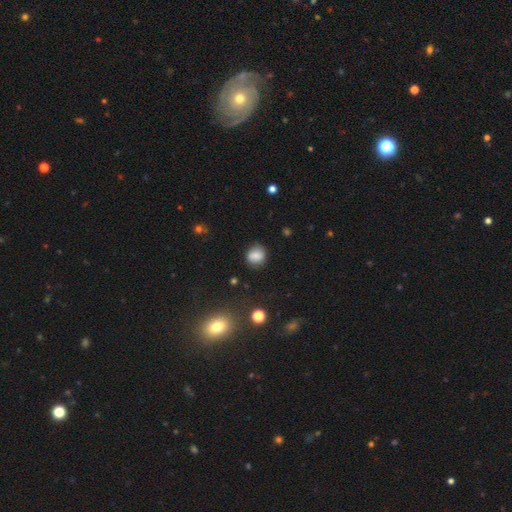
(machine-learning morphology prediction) Smooth or featured? smooth (77%)
How rounded? round (79%)
Merging? none (78%)